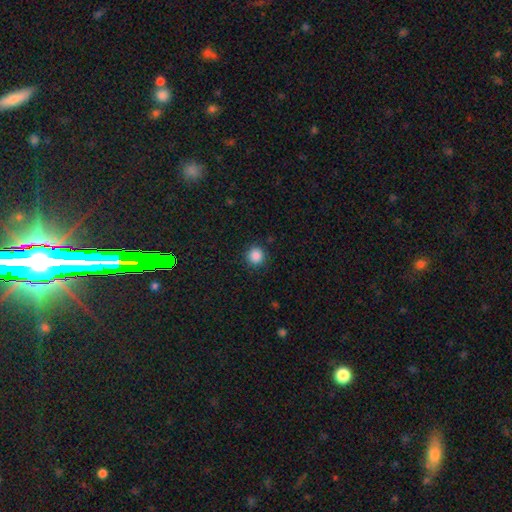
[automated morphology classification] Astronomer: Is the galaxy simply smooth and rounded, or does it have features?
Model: smooth — 87%.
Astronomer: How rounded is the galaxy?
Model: round — 94%.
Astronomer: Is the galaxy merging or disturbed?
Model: none — 90%.